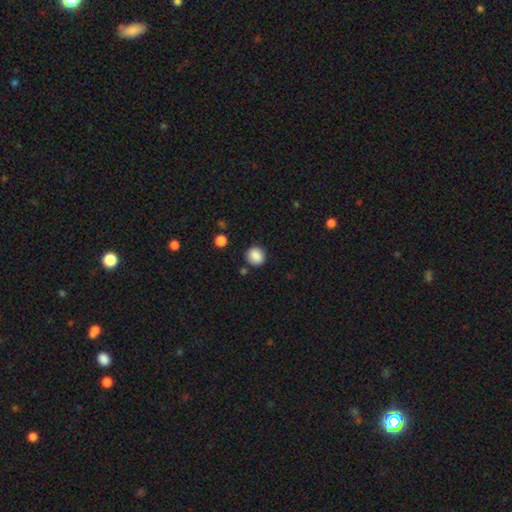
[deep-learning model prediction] This is clearly a smooth galaxy (87%). How rounded: clearly round (82%). Merging: clearly none (84%).